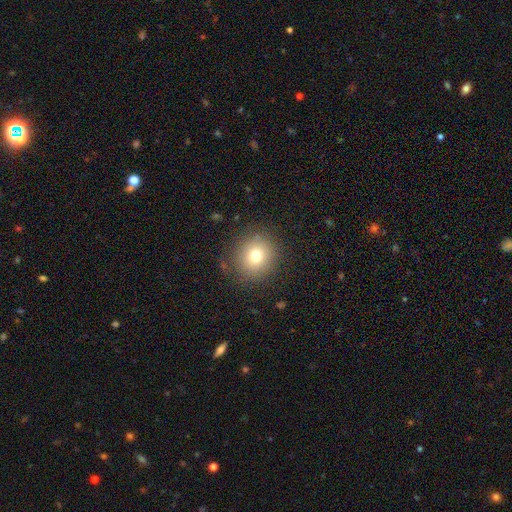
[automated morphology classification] Smooth or featured? Predicted: smooth (p=0.74). How rounded? Predicted: round (p=0.90). Merging? Predicted: none (p=0.86).